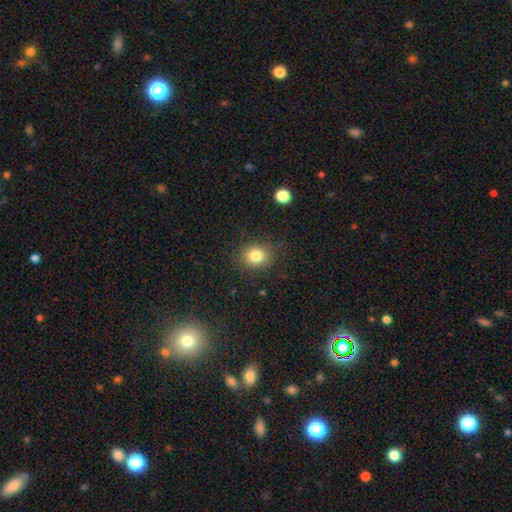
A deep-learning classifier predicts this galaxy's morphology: The model was most divided on "how rounded": round: 70%, in between: 29%, cigar-shaped: 1%. More confident: merging — none (86%); smooth or featured — smooth (82%).